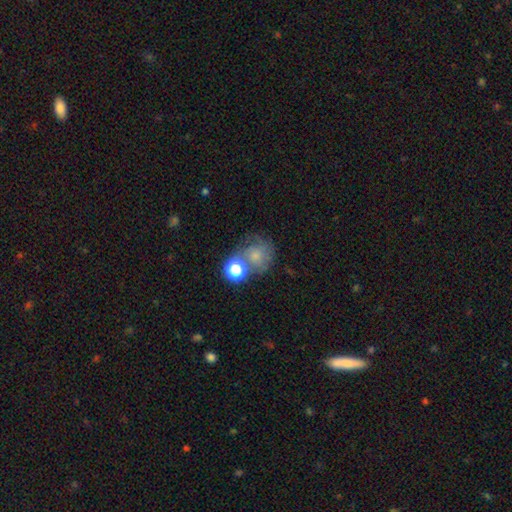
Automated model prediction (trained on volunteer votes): A smooth galaxy with no disk features (57%) that is round (79%). Merging: none (46%).